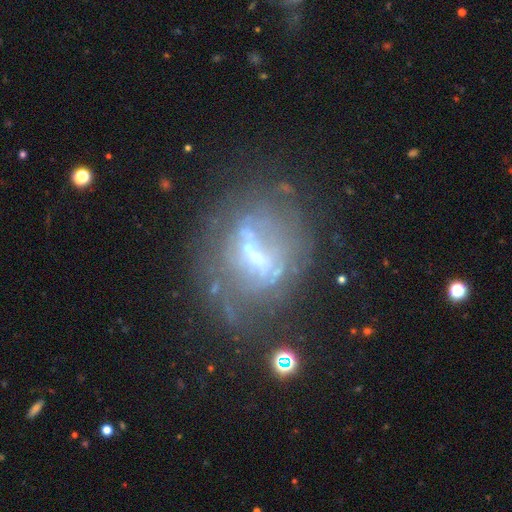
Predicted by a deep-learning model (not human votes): Q: Smooth or featured?
A: featured or disk (66%); runner-up: smooth (19%)
Q: Edge-on disk?
A: no (92%); runner-up: yes (8%)
Q: Bar?
A: strong (35%); runner-up: no (33%)
Q: Spiral arms?
A: no (72%); runner-up: yes (28%)
Q: Bulge size?
A: small (32%); tied with: moderate (32%)
Q: Merging?
A: none (46%); runner-up: major disturbance (25%)